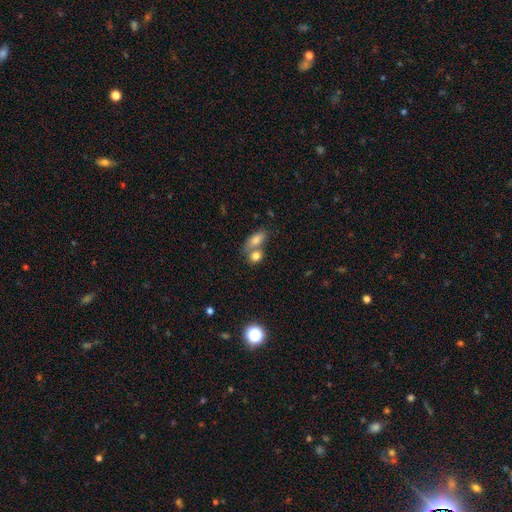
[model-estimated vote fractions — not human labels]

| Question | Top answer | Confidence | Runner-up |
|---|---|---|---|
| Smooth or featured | smooth | 80% | featured or disk (11%) |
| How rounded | in between | 56% | round (40%) |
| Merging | merger | 52% | none (35%) |